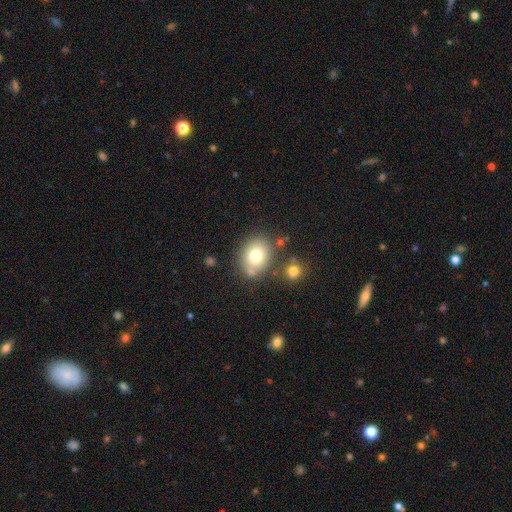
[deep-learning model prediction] Smooth or featured?
  - smooth: 75% *
  - featured or disk: 14%
  - star or artifact: 11%
How rounded?
  - round: 52% *
  - in between: 47%
  - cigar-shaped: 1%
Merging?
  - none: 71% *
  - minor disturbance: 13%
  - merger: 12%
  - major disturbance: 4%